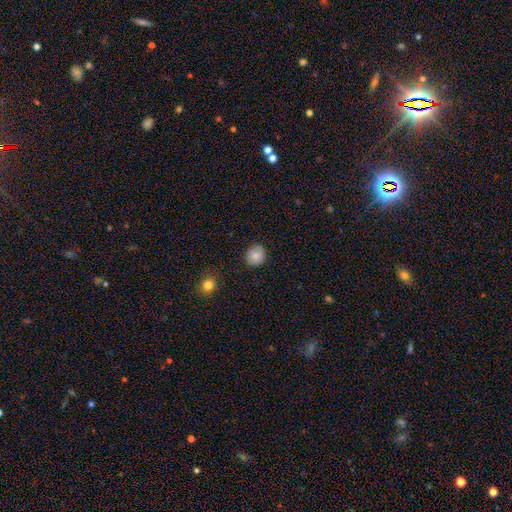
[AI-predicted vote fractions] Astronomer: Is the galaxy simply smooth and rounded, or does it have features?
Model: smooth — 85%.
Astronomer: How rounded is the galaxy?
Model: round — 86%.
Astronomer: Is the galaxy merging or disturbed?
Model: none — 89%.